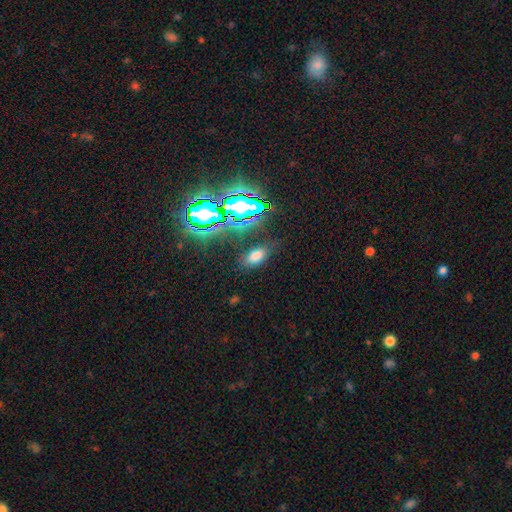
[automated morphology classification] A smooth galaxy with no disk features (67%) that is in between round and cigar-shaped (88%). Merging: none (79%).